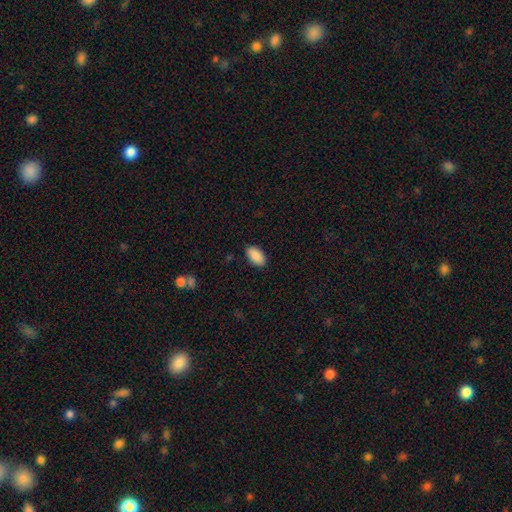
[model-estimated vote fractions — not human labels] Smooth or featured? Predicted: smooth (p=0.90). How rounded? Predicted: in between (p=0.94). Merging? Predicted: none (p=0.88).